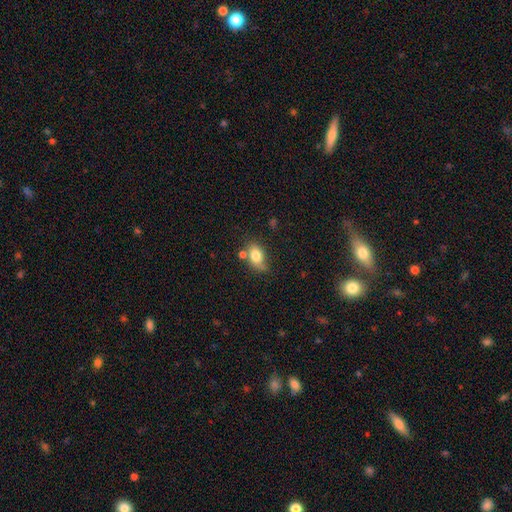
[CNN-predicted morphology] Smooth or featured? Predicted: smooth (p=0.78). How rounded? Predicted: in between (p=0.79). Merging? Predicted: none (p=0.51).